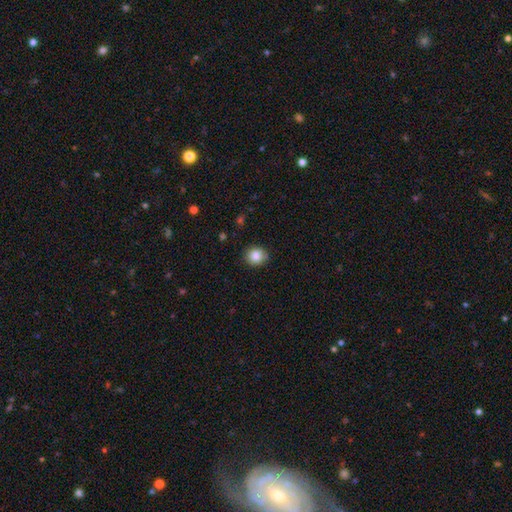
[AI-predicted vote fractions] smooth-or-featured: smooth: 84% | star or artifact: 9% | featured or disk: 6%
  how-rounded: round: 78% | in between: 21% | cigar-shaped: 1%
  merging: none: 86% | minor disturbance: 11% | major disturbance: 2% | merger: 1%